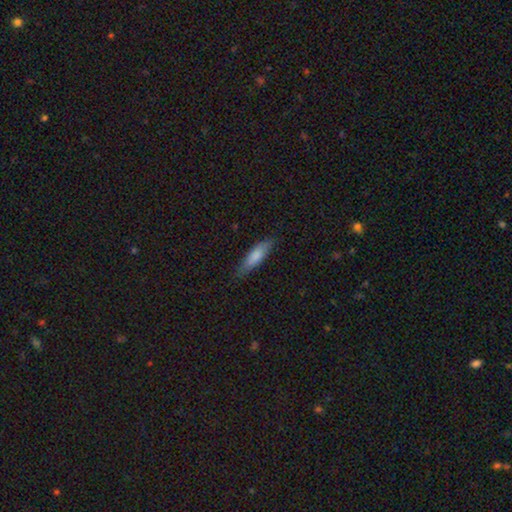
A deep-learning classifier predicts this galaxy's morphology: Overall: smooth (78%). How rounded: cigar-shaped (59%; in between 40%). Merging: none (77%).